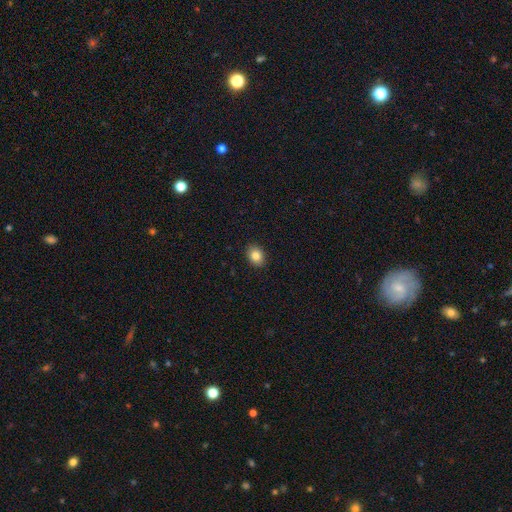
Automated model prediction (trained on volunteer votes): Smooth or featured? Predicted: smooth (p=0.84). How rounded? Predicted: in between (p=0.65). Merging? Predicted: none (p=0.91).